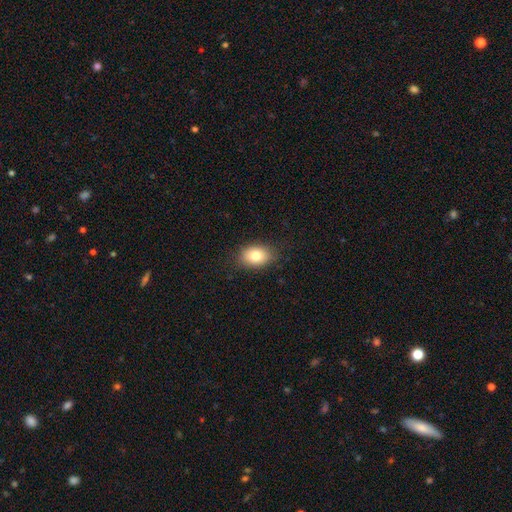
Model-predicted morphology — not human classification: Overall: smooth (80%). How rounded: in between (77%). Merging: none (85%).